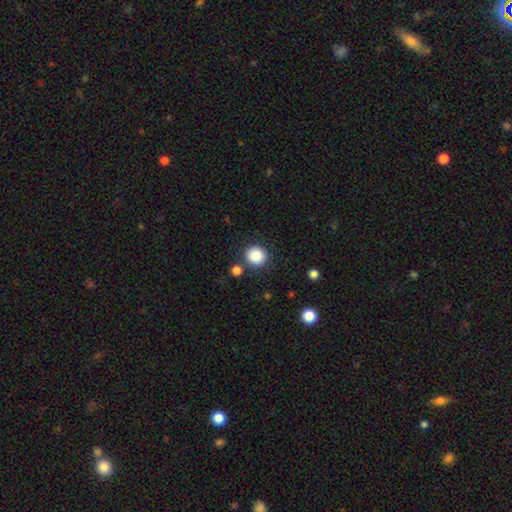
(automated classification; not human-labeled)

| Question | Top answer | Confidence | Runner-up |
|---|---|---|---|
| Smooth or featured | smooth | 87% | star or artifact (9%) |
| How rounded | round | 91% | in between (8%) |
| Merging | none | 85% | minor disturbance (7%) |